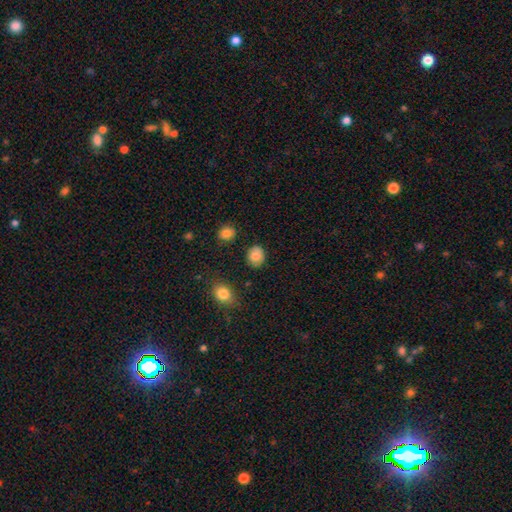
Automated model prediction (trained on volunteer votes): Smooth or featured?
  - smooth: 82% *
  - featured or disk: 9%
  - star or artifact: 9%
How rounded?
  - round: 67% *
  - in between: 32%
  - cigar-shaped: 1%
Merging?
  - none: 85% *
  - minor disturbance: 11%
  - major disturbance: 2%
  - merger: 2%